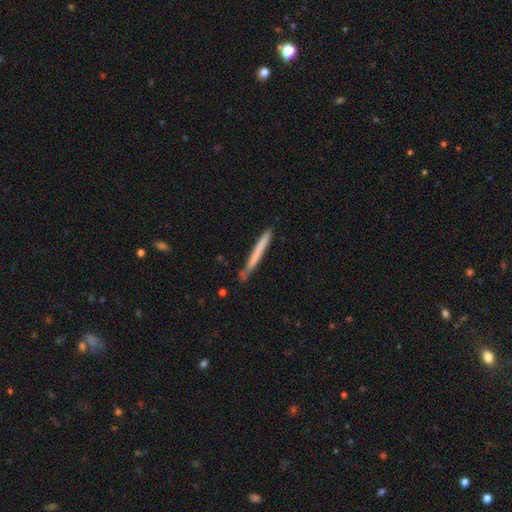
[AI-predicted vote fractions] Smooth or featured? Predicted: smooth (p=0.61). How rounded? Predicted: cigar-shaped (p=0.97). Merging? Predicted: none (p=0.81).